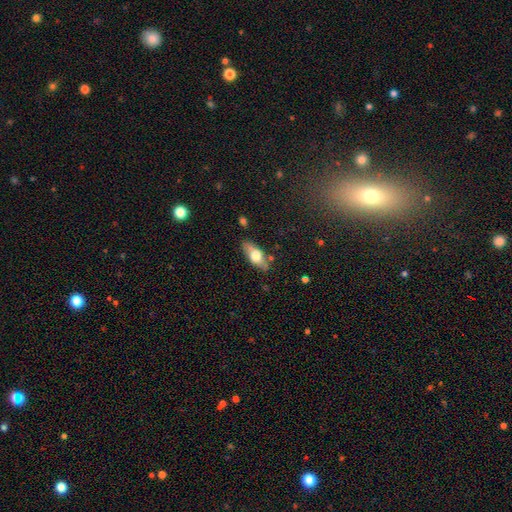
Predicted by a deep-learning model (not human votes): smooth_or_featured: smooth (p=0.57) [alt: featured or disk p=0.36]
how_rounded: in between (p=0.77) [alt: cigar-shaped p=0.20]
merging: none (p=0.81) [alt: minor disturbance p=0.14]